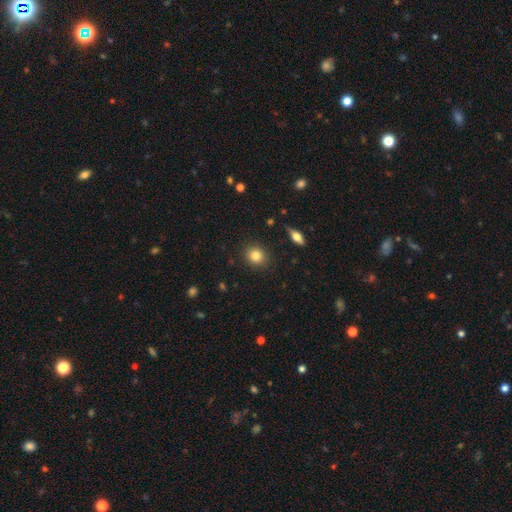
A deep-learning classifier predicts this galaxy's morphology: The model was most divided on "how rounded": round: 76%, in between: 22%, cigar-shaped: 1%. More confident: merging — none (89%); smooth or featured — smooth (82%).